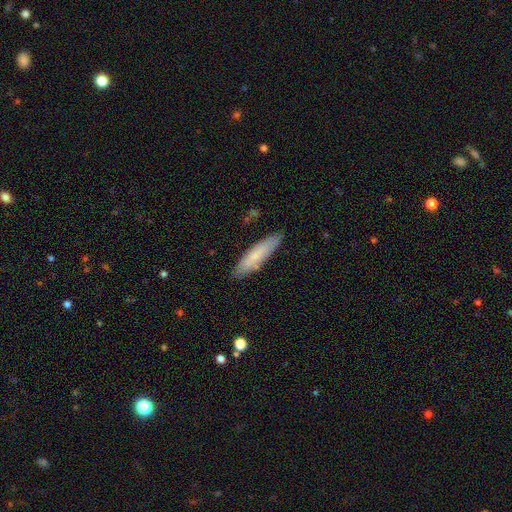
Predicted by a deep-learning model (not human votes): Overall: smooth (71%). How rounded: cigar-shaped (75%). Merging: none (85%).